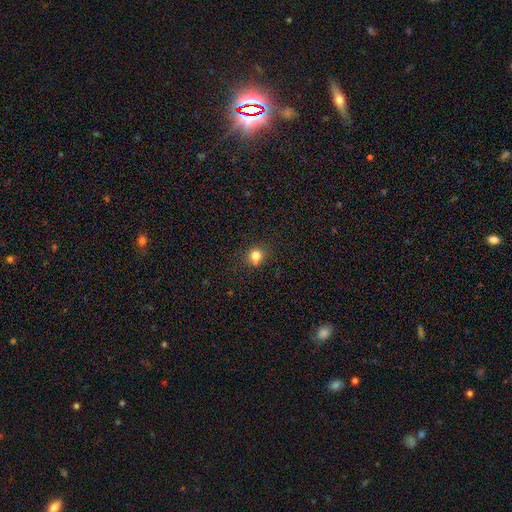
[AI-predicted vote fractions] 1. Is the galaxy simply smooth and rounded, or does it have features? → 79% smooth, 14% star or artifact, 7% featured or disk.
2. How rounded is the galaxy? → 87% round, 12% in between, 1% cigar-shaped.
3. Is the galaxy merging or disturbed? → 75% none, 11% minor disturbance, 11% merger, 3% major disturbance.